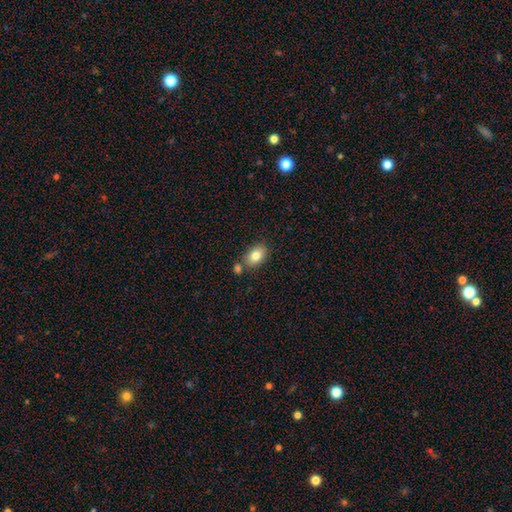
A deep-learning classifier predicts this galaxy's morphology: A smooth galaxy with no disk features (82%) that is in between round and cigar-shaped (84%). Merging: none (71%).